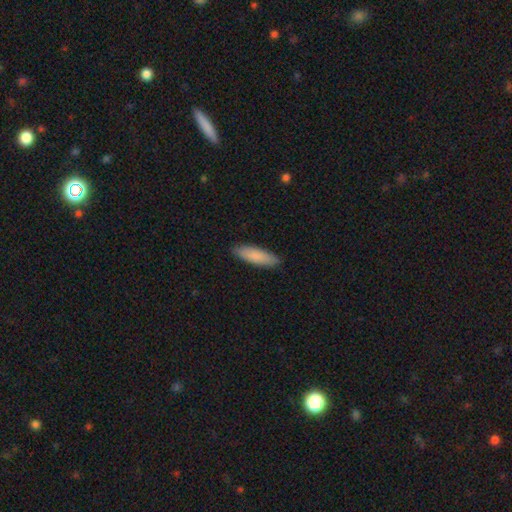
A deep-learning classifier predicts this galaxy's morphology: The model was most divided on "how rounded": cigar-shaped: 55%, in between: 44%, round: 1%. More confident: merging — none (88%); smooth or featured — smooth (87%).